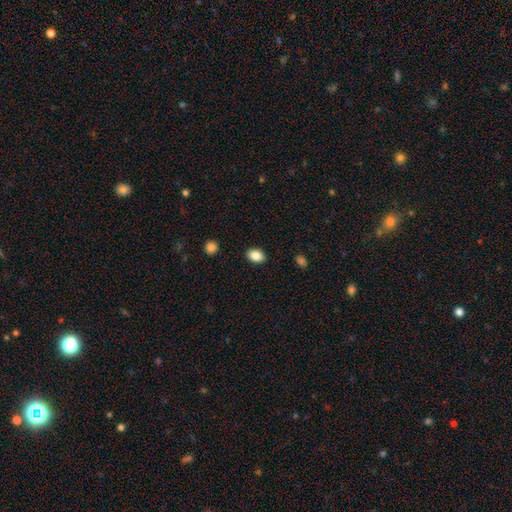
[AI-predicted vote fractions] Smooth or featured?
  - smooth: 86% *
  - star or artifact: 8%
  - featured or disk: 5%
How rounded?
  - in between: 76% *
  - round: 23%
  - cigar-shaped: 1%
Merging?
  - none: 89% *
  - minor disturbance: 8%
  - major disturbance: 2%
  - merger: 1%